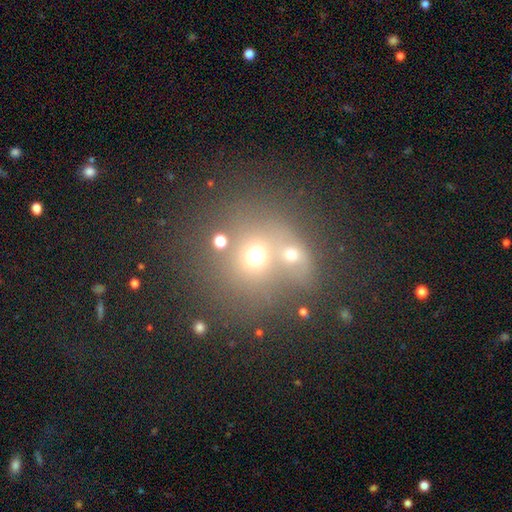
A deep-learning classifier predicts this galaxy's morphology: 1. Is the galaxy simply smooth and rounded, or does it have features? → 64% smooth, 22% star or artifact, 15% featured or disk.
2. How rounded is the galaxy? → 76% round, 22% in between, 1% cigar-shaped.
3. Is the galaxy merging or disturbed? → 52% merger, 35% none, 8% minor disturbance, 6% major disturbance.